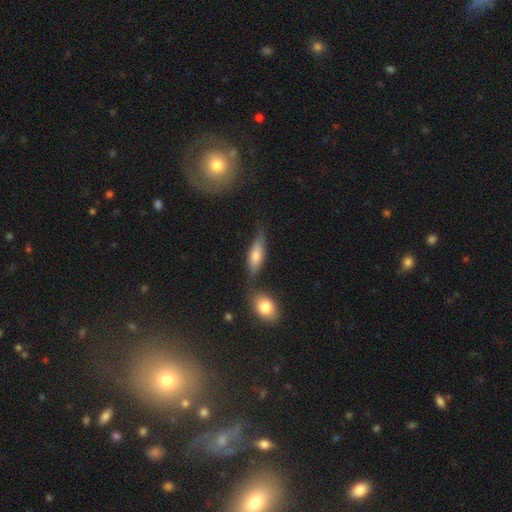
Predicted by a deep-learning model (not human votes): Smooth or featured: smooth — 54% (featured or disk — 37%)
How rounded: cigar-shaped — 49% (in between — 47%)
Merging: none — 63% (minor disturbance — 20%)